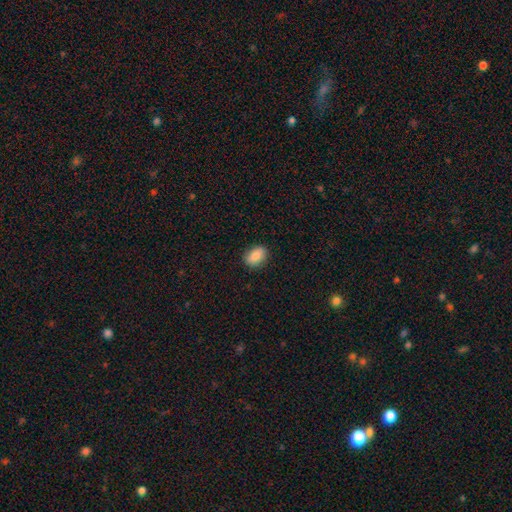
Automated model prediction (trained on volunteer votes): smooth 86%, star or artifact 8%, featured or disk 6%. Down the decision tree: how rounded — in between (81%); merging — none (86%).